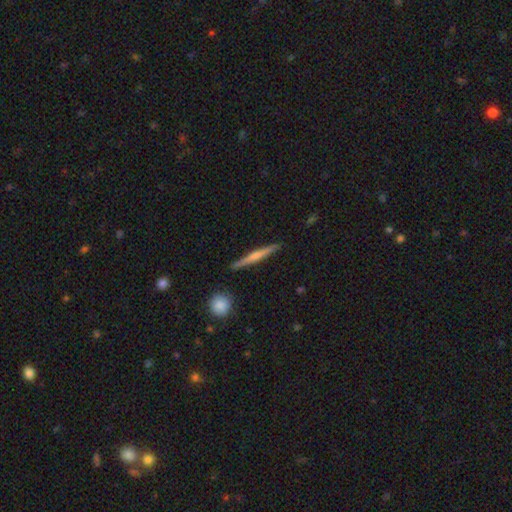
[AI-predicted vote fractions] The model was most divided on "smooth or featured": featured or disk: 54%, smooth: 40%, star or artifact: 6%. More confident: edge-on disk — yes (97%); merging — none (90%); edge-on bulge — rounded (55%).